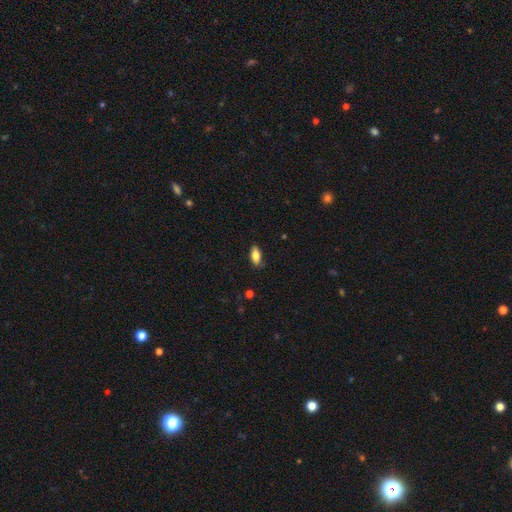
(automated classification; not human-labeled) smooth 78%, featured or disk 15%, star or artifact 7%. Down the decision tree: how rounded — in between (86%); merging — none (83%).